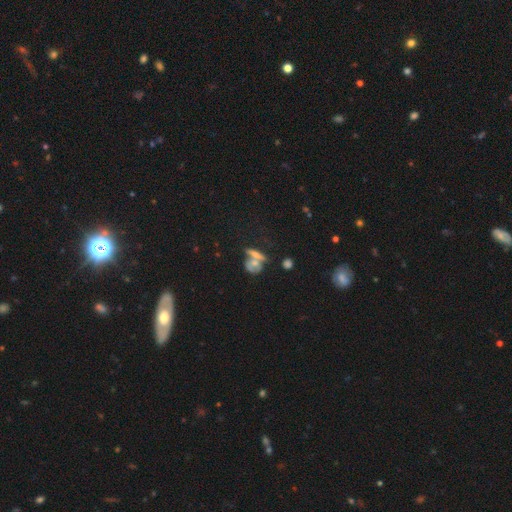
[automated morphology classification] Smooth or featured?
  - smooth: 44% *
  - featured or disk: 37%
  - star or artifact: 19%
Merging?
  - none: 40% *
  - merger: 38%
  - minor disturbance: 13%
  - major disturbance: 9%